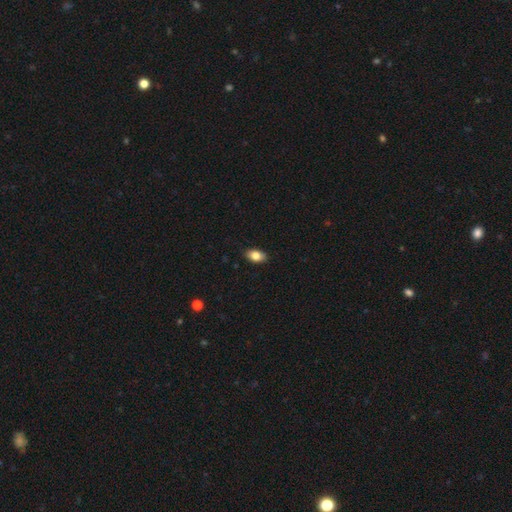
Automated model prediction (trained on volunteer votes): Morphology: type=smooth (82%); roundness=in between (89%); merging=none (88%).